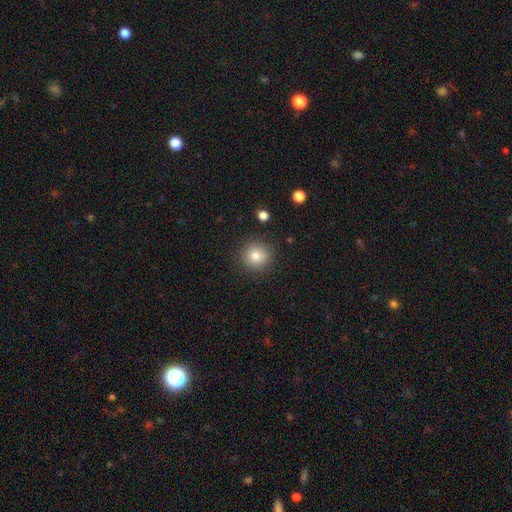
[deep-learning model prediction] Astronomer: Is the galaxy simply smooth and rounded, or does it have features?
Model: smooth — 81%.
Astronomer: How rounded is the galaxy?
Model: round — 91%.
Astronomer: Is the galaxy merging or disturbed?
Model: none — 86%.